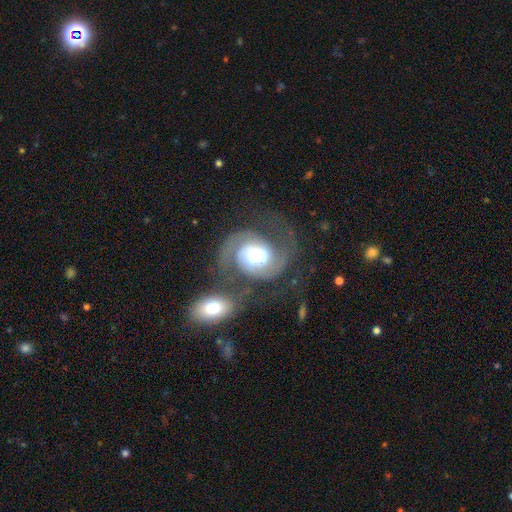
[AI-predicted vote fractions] A featured or disk galaxy (88%) with no bar (63%), 2 (87%) medium (44%) spiral arms (97%) and a moderate central bulge (57%). Merging: none (50%).